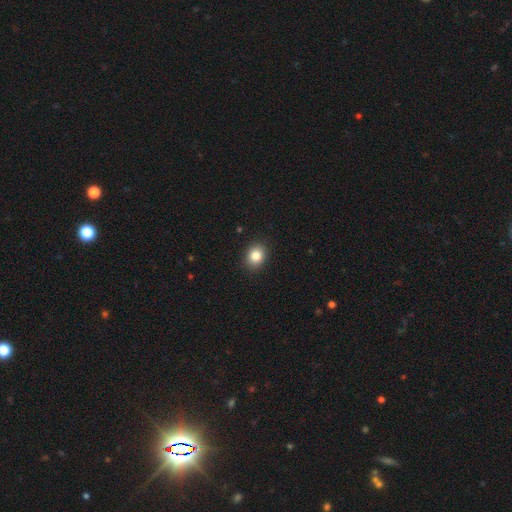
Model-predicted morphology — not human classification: A smooth galaxy with no disk features (84%) that is round (55%).

Vote fractions:
- Smooth or featured? smooth: 84% / star or artifact: 10% / featured or disk: 6%
- How rounded? round: 55% / in between: 45% / cigar-shaped: 1%
- Merging? none: 90% / minor disturbance: 7% / major disturbance: 2% / merger: 1%